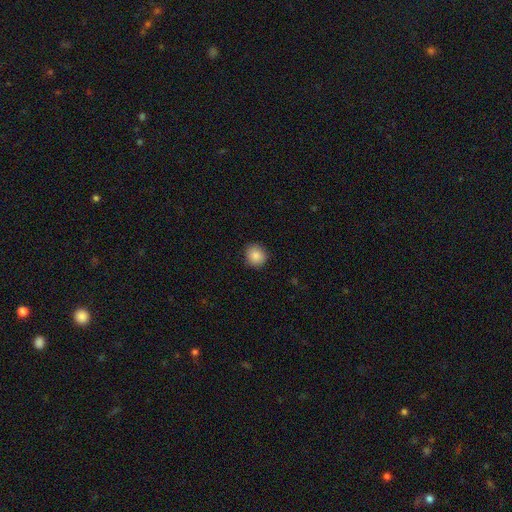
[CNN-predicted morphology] Smooth or featured: smooth — 87% (star or artifact — 9%)
How rounded: round — 88% (in between — 11%)
Merging: none — 89% (minor disturbance — 8%)